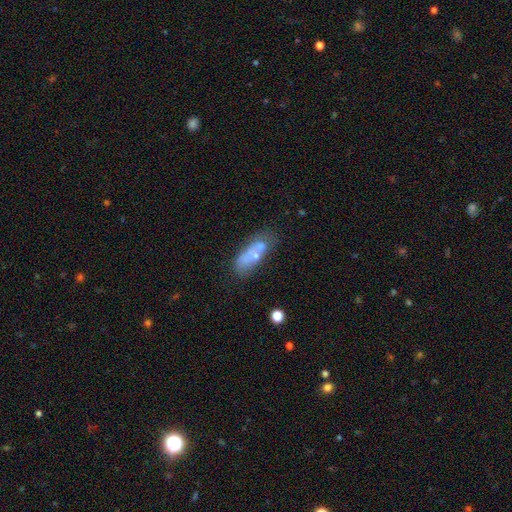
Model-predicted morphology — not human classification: The model was most divided on "merging": none: 43%, merger: 27%, minor disturbance: 19%, major disturbance: 11%. More confident: how rounded — in between (69%); smooth or featured — smooth (57%).